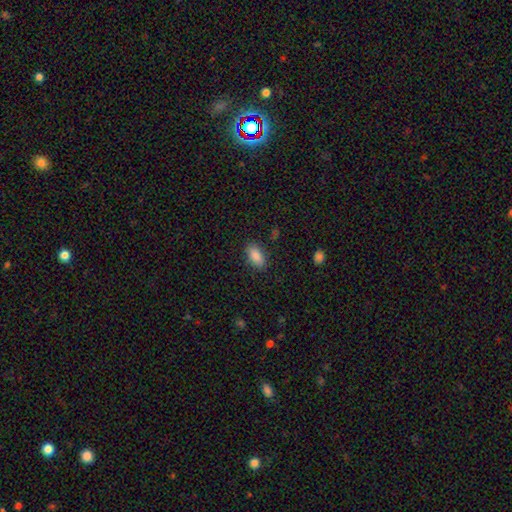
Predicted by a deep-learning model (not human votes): Overall: smooth (87%). How rounded: in between (91%). Merging: none (85%).